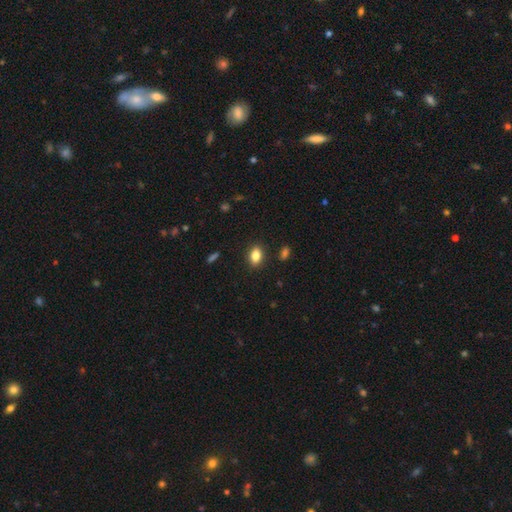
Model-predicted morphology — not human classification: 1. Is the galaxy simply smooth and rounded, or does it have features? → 83% smooth, 9% star or artifact, 8% featured or disk.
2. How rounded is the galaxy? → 82% in between, 16% round, 3% cigar-shaped.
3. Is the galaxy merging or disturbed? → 87% none, 9% minor disturbance, 2% major disturbance, 2% merger.